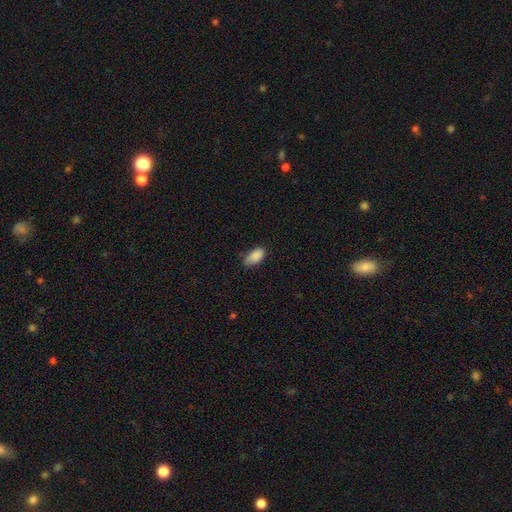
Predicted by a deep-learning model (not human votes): Overall: smooth (88%). How rounded: in between (93%). Merging: none (64%; minor disturbance 30%).